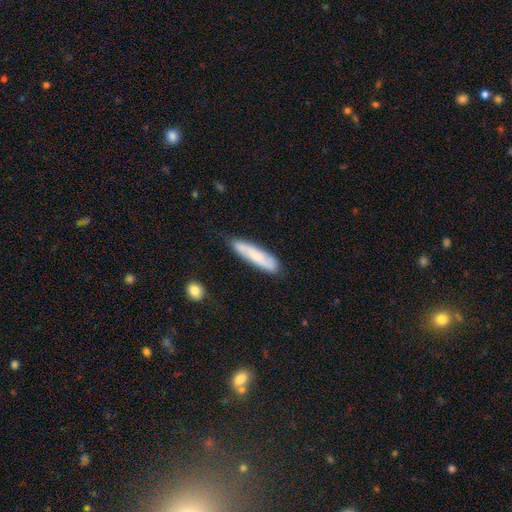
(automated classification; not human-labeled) Smooth or featured?
  - smooth: 63% *
  - featured or disk: 30%
  - star or artifact: 6%
How rounded?
  - cigar-shaped: 81% *
  - in between: 17%
  - round: 2%
Merging?
  - none: 76% *
  - minor disturbance: 18%
  - major disturbance: 3%
  - merger: 2%